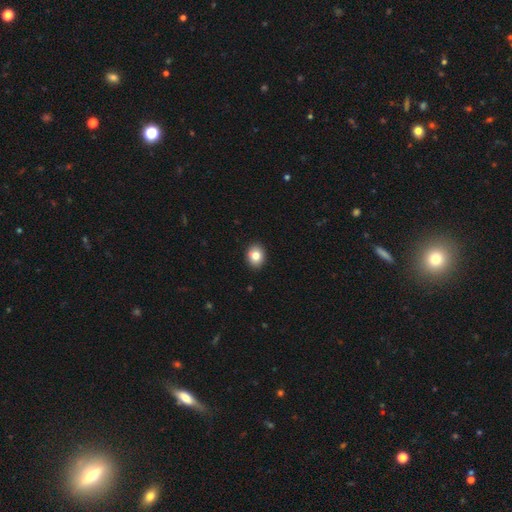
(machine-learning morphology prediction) A smooth galaxy with no disk features (82%) that is round (51%). Merging: none (91%).